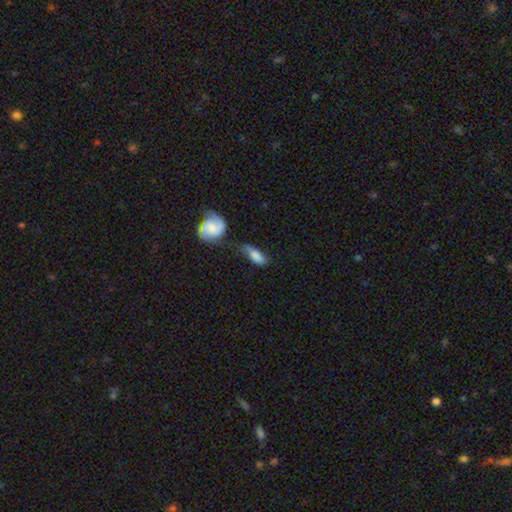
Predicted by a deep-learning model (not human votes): This is likely a smooth galaxy (73%). How rounded: likely in between (74%). Merging: marginally none (36%).